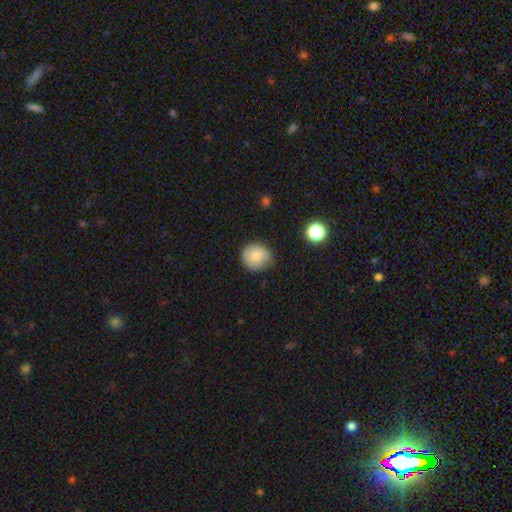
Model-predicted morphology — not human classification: type=smooth (80%); roundness=round (83%); merging=none (76%).